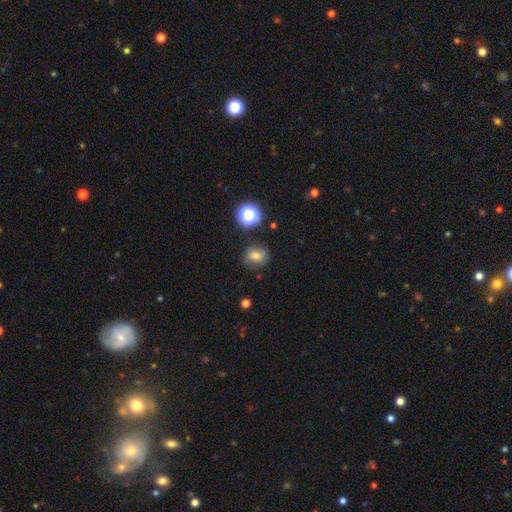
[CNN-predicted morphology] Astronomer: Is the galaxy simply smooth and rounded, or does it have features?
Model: smooth — 70%.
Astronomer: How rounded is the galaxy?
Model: round — 66%.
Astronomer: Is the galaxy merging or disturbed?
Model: none — 77%.